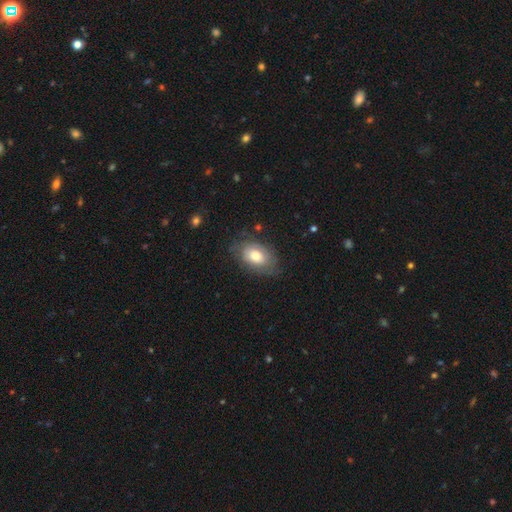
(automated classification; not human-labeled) smooth 65%, featured or disk 27%, star or artifact 7%. Down the decision tree: how rounded — in between (86%); merging — none (70%).